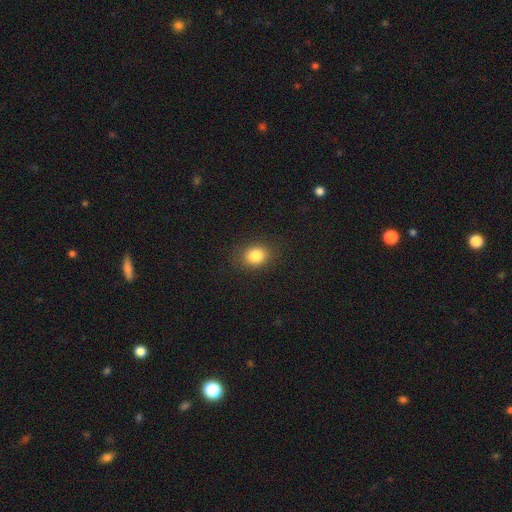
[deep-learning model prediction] smooth 84%, star or artifact 11%, featured or disk 6%. Down the decision tree: how rounded — round (58%); merging — none (86%).